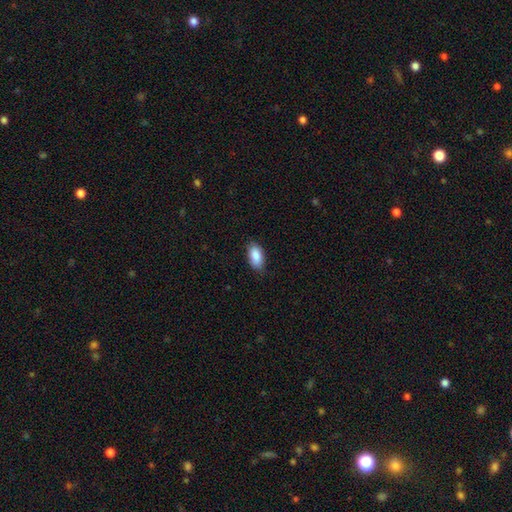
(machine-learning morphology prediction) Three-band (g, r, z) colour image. It shows a smooth galaxy with no disk features (88%) that is in between round and cigar-shaped (93%). Merging: none (82%).